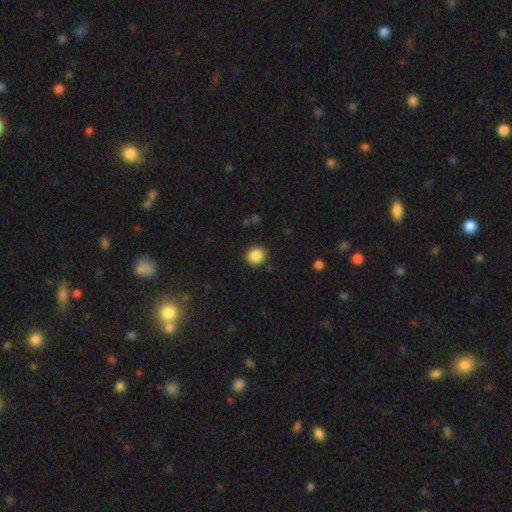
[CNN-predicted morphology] smooth 88%, star or artifact 9%, featured or disk 3%. Down the decision tree: how rounded — round (88%); merging — none (89%).